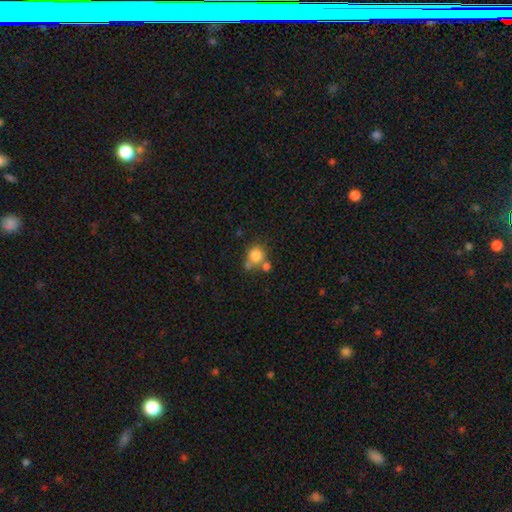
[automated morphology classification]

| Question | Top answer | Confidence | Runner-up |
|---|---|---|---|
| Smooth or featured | smooth | 80% | star or artifact (11%) |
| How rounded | round | 82% | in between (17%) |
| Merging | none | 49% | merger (33%) |